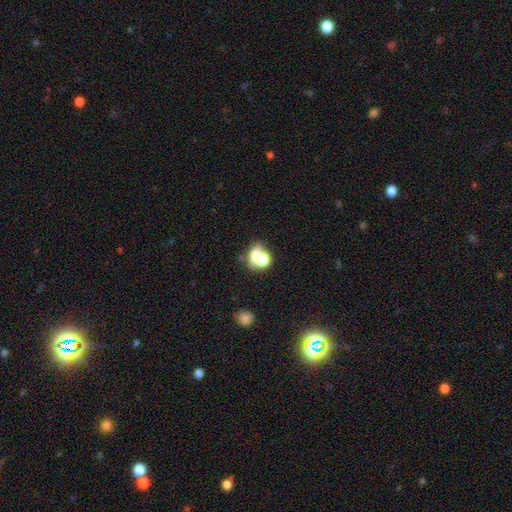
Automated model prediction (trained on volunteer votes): A smooth galaxy with no disk features (64%) that is round (50%). Merging: merger (53%).